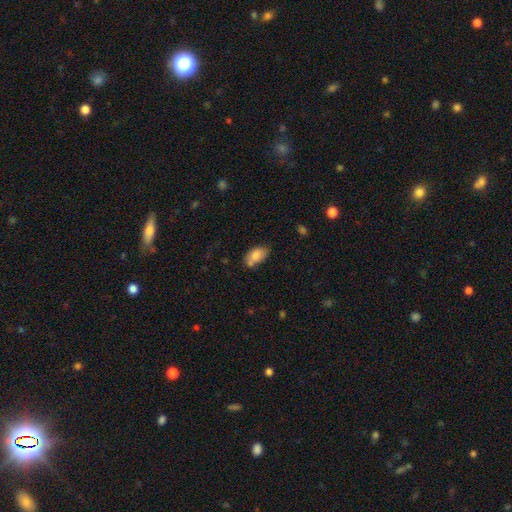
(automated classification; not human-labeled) smooth_or_featured: smooth (p=0.79) [alt: featured or disk p=0.13]
how_rounded: in between (p=0.90) [alt: round p=0.08]
merging: none (p=0.56) [alt: minor disturbance p=0.22]